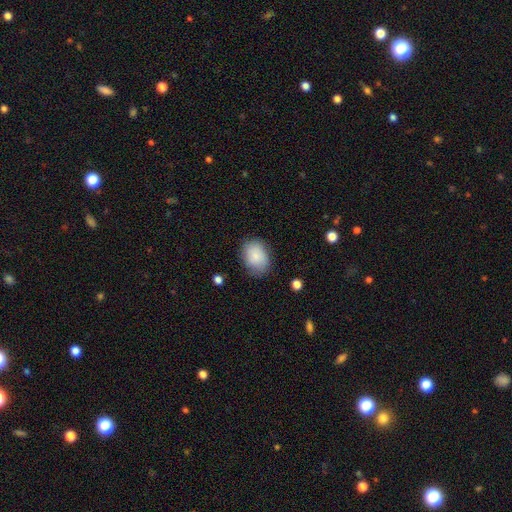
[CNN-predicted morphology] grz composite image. It shows a smooth galaxy with no disk features (86%) that is in between round and cigar-shaped (70%). Merging: none (78%).